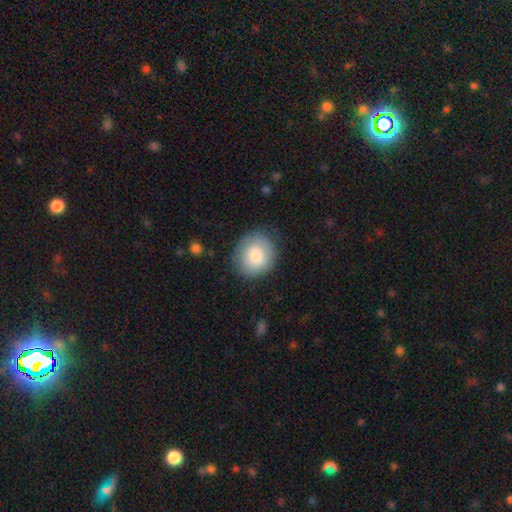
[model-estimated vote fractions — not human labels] This appears to be a smooth galaxy with no disk features (80%) that is round (80%). Merging: none (84%).